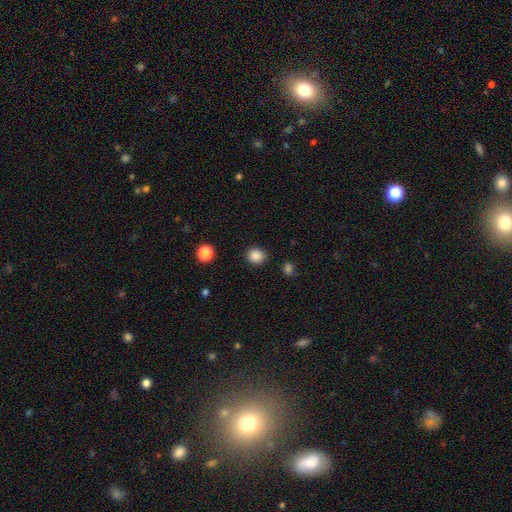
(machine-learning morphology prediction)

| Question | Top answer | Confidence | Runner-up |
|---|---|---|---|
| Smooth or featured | smooth | 86% | star or artifact (11%) |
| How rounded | round | 87% | in between (12%) |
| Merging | none | 87% | minor disturbance (8%) |